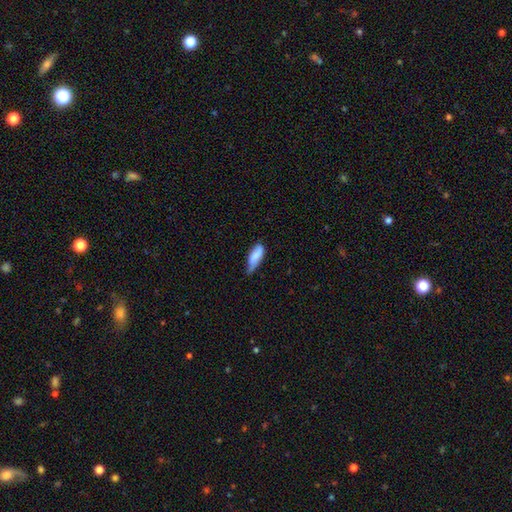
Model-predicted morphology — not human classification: smooth-or-featured: smooth: 82% | featured or disk: 11% | star or artifact: 6%
  how-rounded: in between: 64% | cigar-shaped: 34% | round: 2%
  merging: minor disturbance: 50% | none: 36% | major disturbance: 12% | merger: 3%